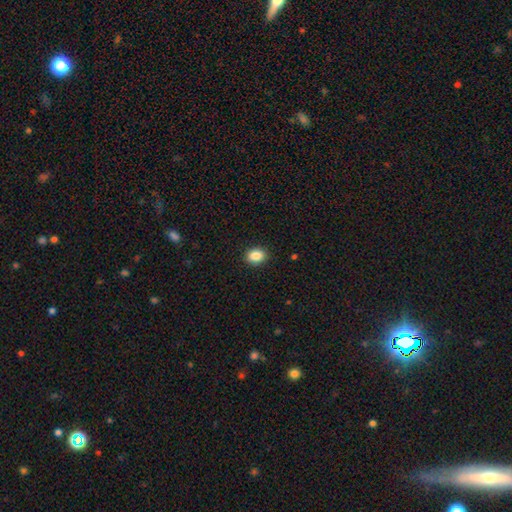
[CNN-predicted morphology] smooth 87%, star or artifact 9%, featured or disk 4%. Down the decision tree: how rounded — in between (60%); merging — none (90%).